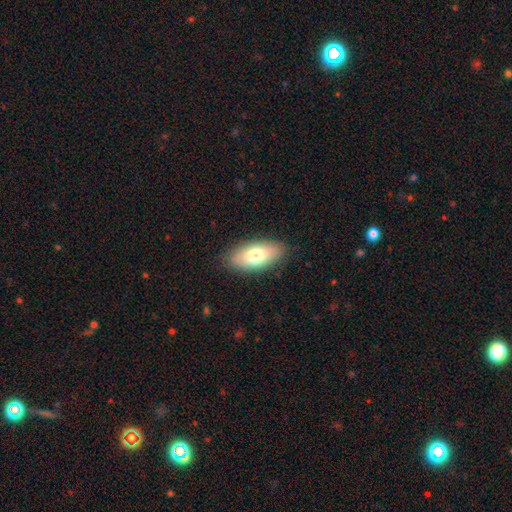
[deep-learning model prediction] smooth 74%, featured or disk 19%, star or artifact 6%. Down the decision tree: how rounded — in between (89%); merging — none (86%).